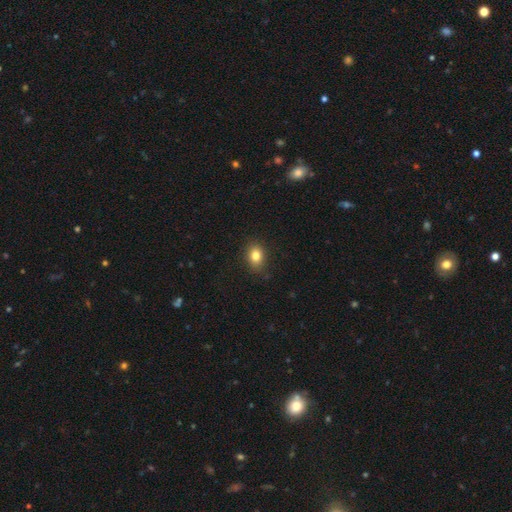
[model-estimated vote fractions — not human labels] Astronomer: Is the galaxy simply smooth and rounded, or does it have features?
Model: smooth — 83%.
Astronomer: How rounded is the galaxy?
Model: in between — 64%.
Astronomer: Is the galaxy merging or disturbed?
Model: none — 86%.